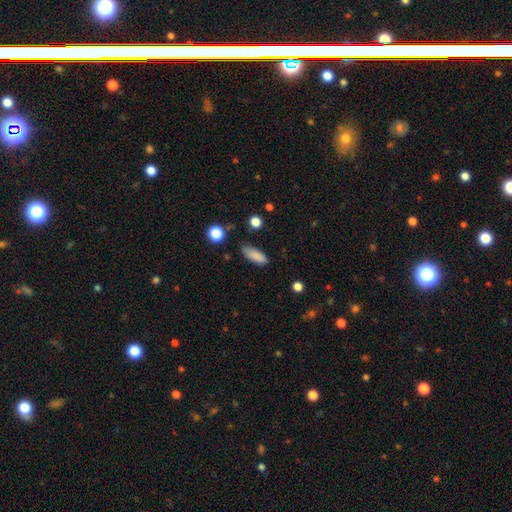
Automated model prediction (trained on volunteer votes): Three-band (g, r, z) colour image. It shows a smooth galaxy with no disk features (86%) that is in between round and cigar-shaped (71%). Merging: none (78%).